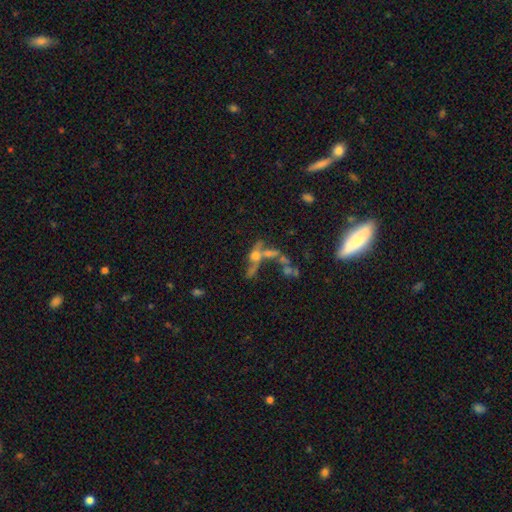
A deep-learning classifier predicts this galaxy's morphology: A featured or disk galaxy (52%). Merging: merger (50%).